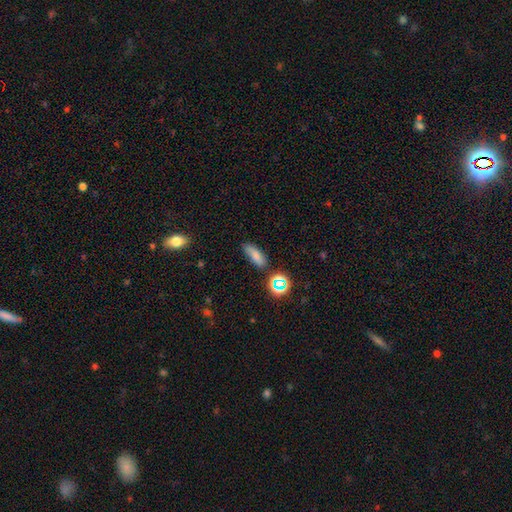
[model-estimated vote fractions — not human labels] Smooth or featured? Predicted: smooth (p=0.72). How rounded? Predicted: in between (p=0.64). Merging? Predicted: none (p=0.69).